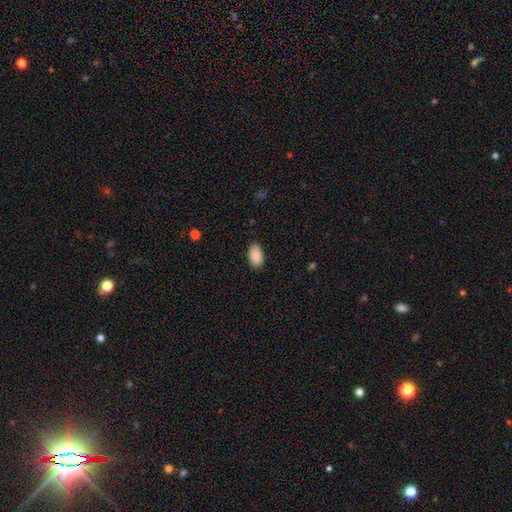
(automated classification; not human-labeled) A smooth galaxy with no disk features (87%) that is in between round and cigar-shaped (93%). Merging: none (82%).